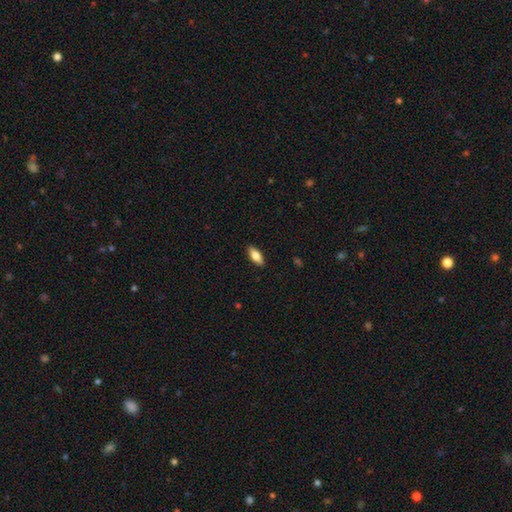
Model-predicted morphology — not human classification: The model was most divided on "smooth or featured": smooth: 77%, featured or disk: 17%, star or artifact: 6%. More confident: merging — none (89%); how rounded — in between (80%).